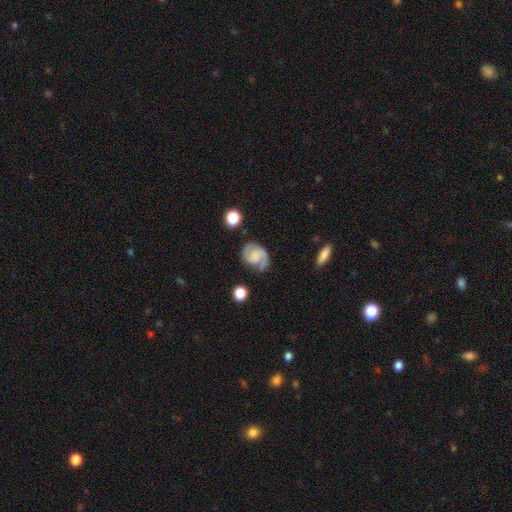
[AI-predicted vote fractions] The model was most divided on "spiral winding": medium: 49%, tight: 35%, loose: 16%. More confident: edge-on disk — no (98%); spiral arms — yes (96%); spiral arm count — 2 (83%); smooth or featured — featured or disk (79%); merging — none (71%); bar — no (57%); bulge size — none (53%).